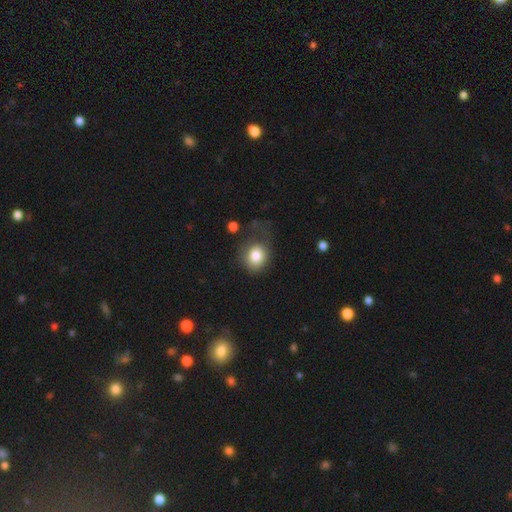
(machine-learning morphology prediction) Smooth or featured: smooth — 81% (featured or disk — 10%)
How rounded: round — 72% (in between — 27%)
Merging: none — 51% (minor disturbance — 26%)